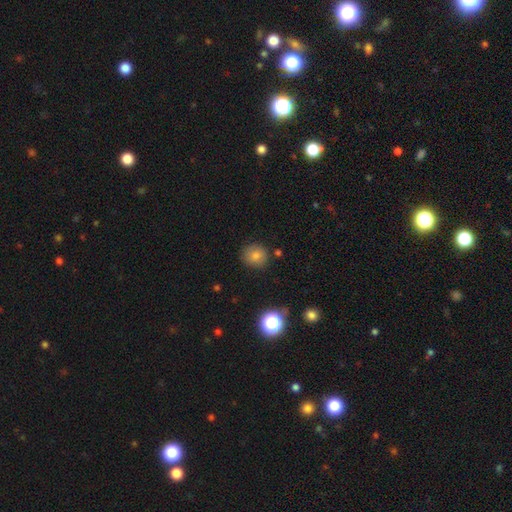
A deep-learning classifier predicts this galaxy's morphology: A smooth galaxy with no disk features (78%) that is round (87%).

Vote fractions:
- Smooth or featured? smooth: 78% / star or artifact: 13% / featured or disk: 8%
- How rounded? round: 87% / in between: 12% / cigar-shaped: 1%
- Merging? none: 85% / minor disturbance: 10% / merger: 3% / major disturbance: 3%